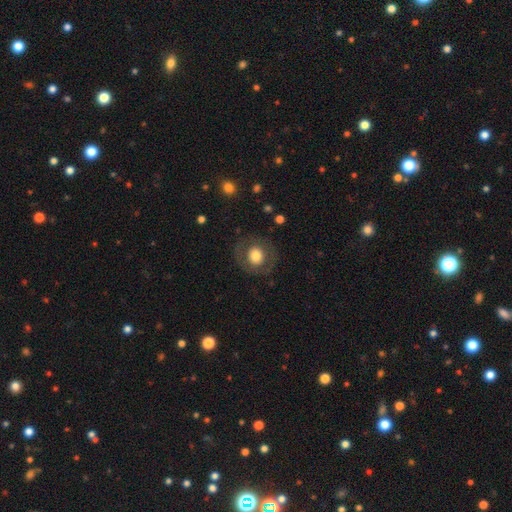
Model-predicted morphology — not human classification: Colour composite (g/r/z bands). It shows a smooth galaxy with no disk features (67%) that is round (81%). Merging: none (82%).